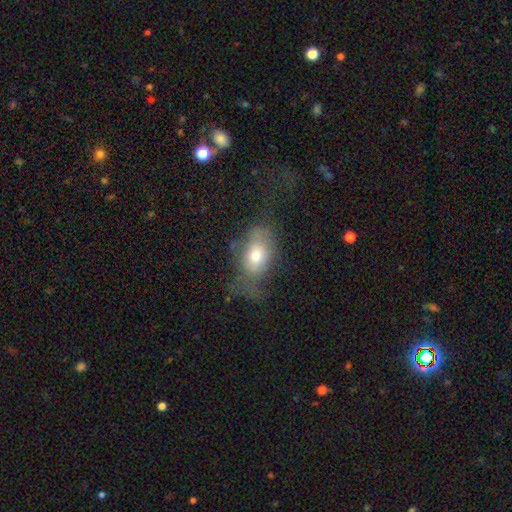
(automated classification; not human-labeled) A smooth galaxy with no disk features (67%) that is in between round and cigar-shaped (83%).

Vote fractions:
- Smooth or featured? smooth: 67% / featured or disk: 23% / star or artifact: 9%
- How rounded? in between: 83% / round: 14% / cigar-shaped: 3%
- Merging? none: 36% / major disturbance: 33% / minor disturbance: 29% / merger: 3%